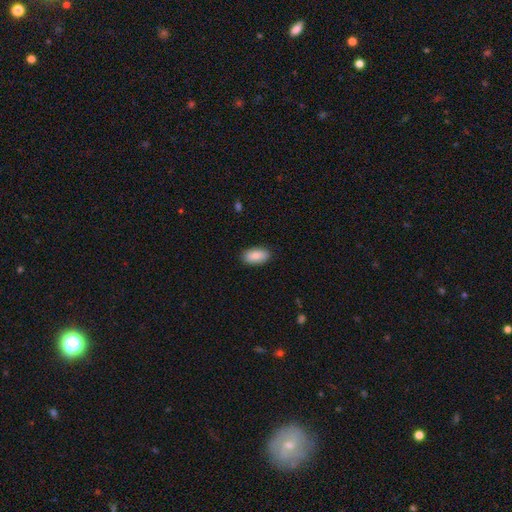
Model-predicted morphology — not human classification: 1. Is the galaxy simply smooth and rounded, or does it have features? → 87% smooth, 7% featured or disk, 6% star or artifact.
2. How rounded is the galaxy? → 94% in between, 3% cigar-shaped, 3% round.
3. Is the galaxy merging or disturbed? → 89% none, 8% minor disturbance, 2% major disturbance, 1% merger.